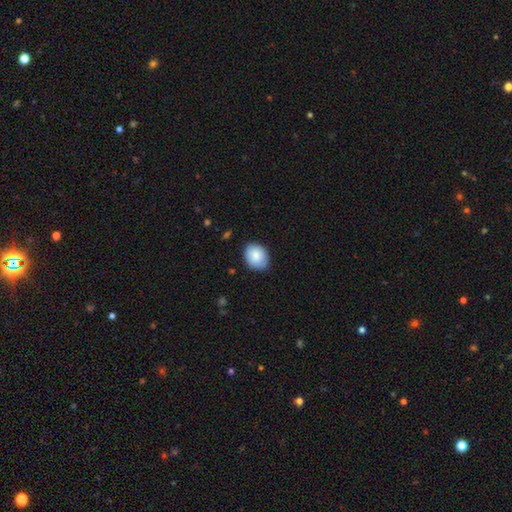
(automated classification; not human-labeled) Smooth or featured: smooth — 86% (featured or disk — 8%)
How rounded: in between — 55% (round — 44%)
Merging: none — 81% (minor disturbance — 15%)